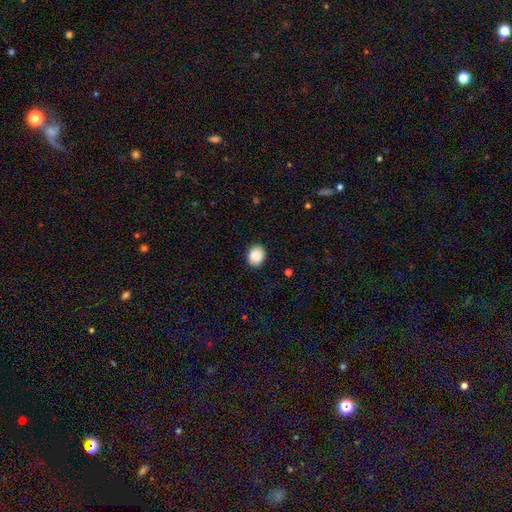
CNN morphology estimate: Smooth or featured?
  - smooth: 88% *
  - star or artifact: 8%
  - featured or disk: 4%
How rounded?
  - round: 55% *
  - in between: 44%
  - cigar-shaped: 1%
Merging?
  - none: 88% *
  - minor disturbance: 9%
  - major disturbance: 2%
  - merger: 1%